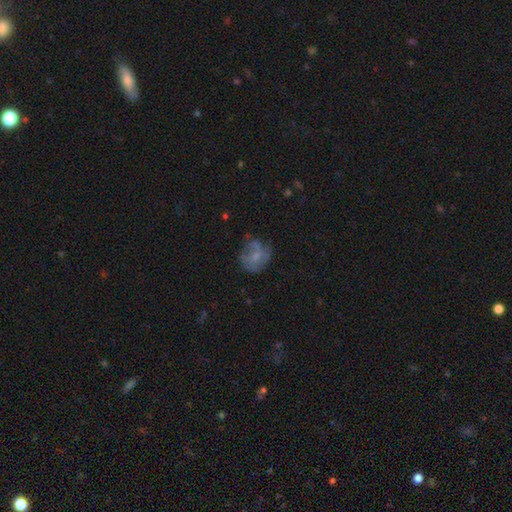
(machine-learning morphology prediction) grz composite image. It shows a smooth galaxy with no disk features (48%). Merging: none (52%).